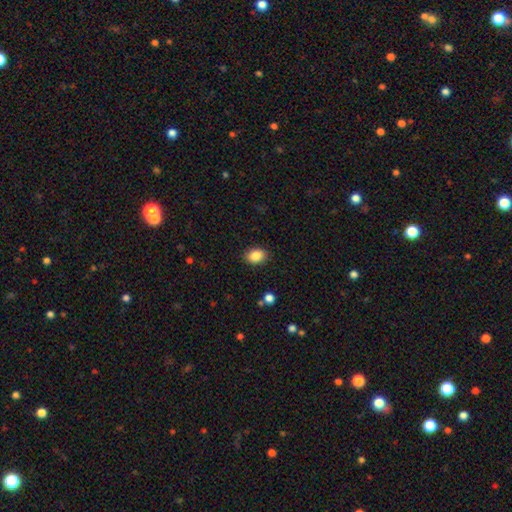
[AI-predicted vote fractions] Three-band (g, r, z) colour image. It shows a smooth galaxy with no disk features (86%) that is in between round and cigar-shaped (72%). Merging: none (88%).